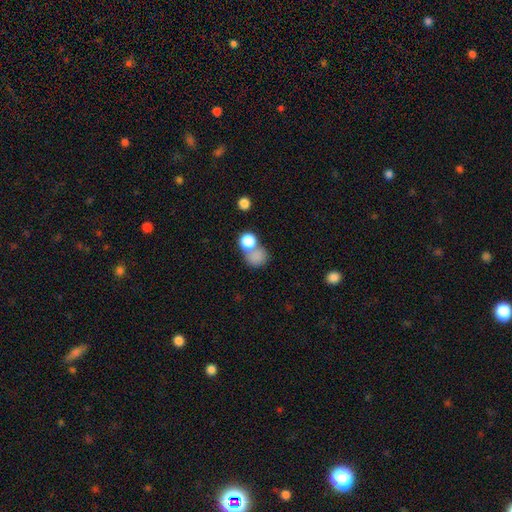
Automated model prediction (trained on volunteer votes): smooth 80%, star or artifact 11%, featured or disk 9%. Down the decision tree: how rounded — round (72%); merging — merger (41%).